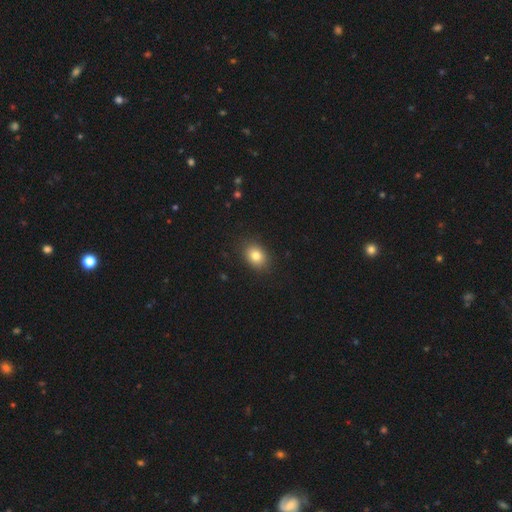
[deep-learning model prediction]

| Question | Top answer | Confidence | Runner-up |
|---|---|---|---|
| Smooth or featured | smooth | 82% | star or artifact (10%) |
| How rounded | in between | 61% | round (38%) |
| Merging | none | 87% | minor disturbance (10%) |